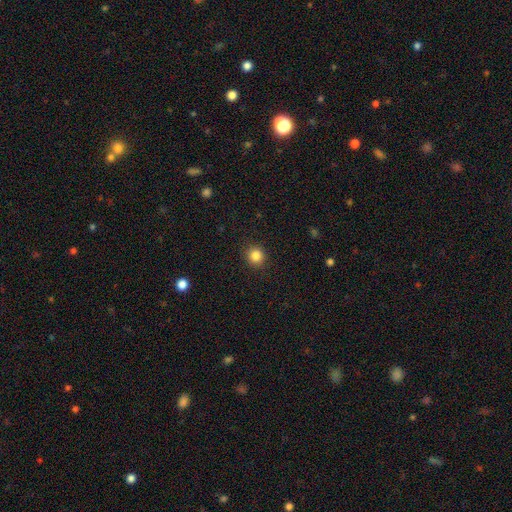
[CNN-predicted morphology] This appears to be a smooth galaxy with no disk features (85%) that is round (91%). Merging: none (91%).